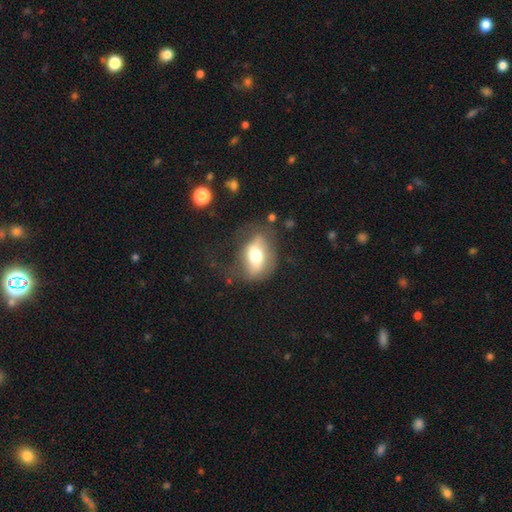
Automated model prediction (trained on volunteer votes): Q: Smooth or featured?
A: smooth (52%); runner-up: featured or disk (40%)
Q: How rounded?
A: in between (76%); runner-up: round (21%)
Q: Merging?
A: none (47%); runner-up: minor disturbance (25%)